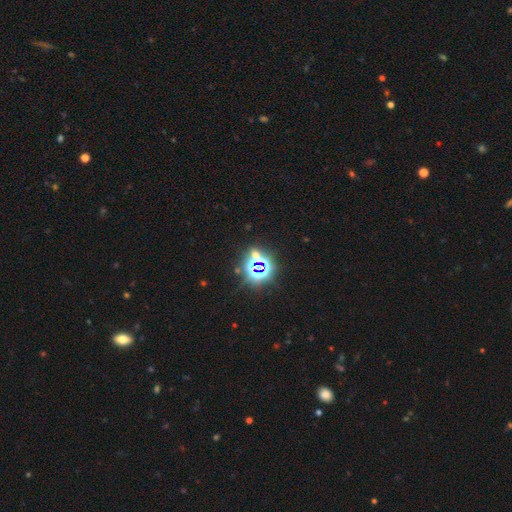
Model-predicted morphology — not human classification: type=star or artifact (75%).